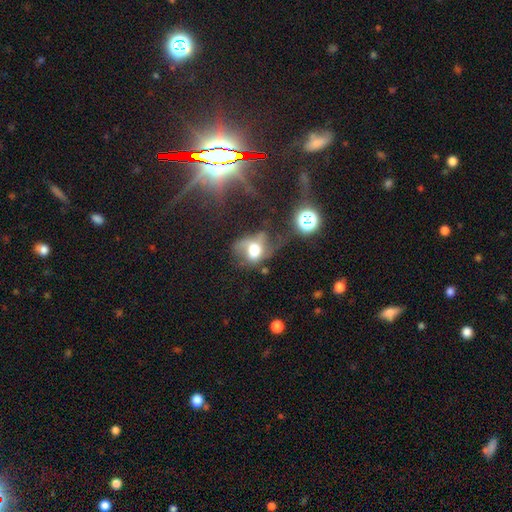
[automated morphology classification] This appears to be a featured or disk galaxy (44%). Merging: major disturbance (38%).